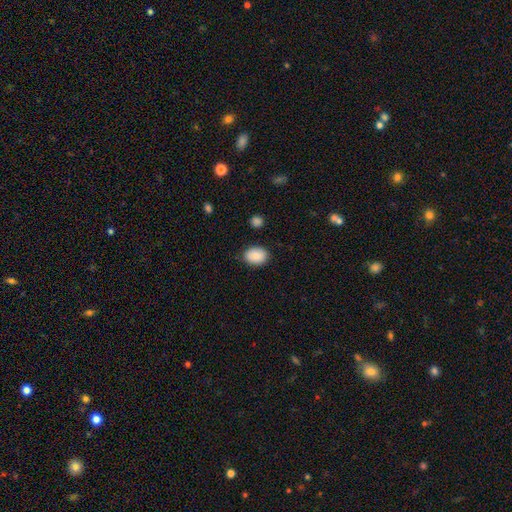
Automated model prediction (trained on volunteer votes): Morphology: type=smooth (90%); roundness=in between (75%); merging=none (86%).